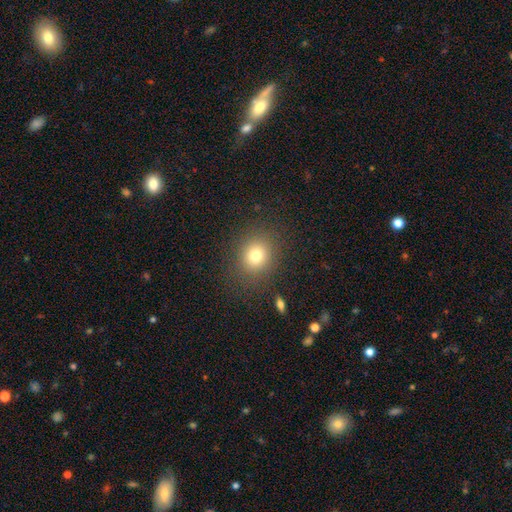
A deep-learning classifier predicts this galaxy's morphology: Smooth or featured?
  - smooth: 77% *
  - star or artifact: 13%
  - featured or disk: 10%
How rounded?
  - round: 73% *
  - in between: 27%
  - cigar-shaped: 1%
Merging?
  - none: 85% *
  - minor disturbance: 9%
  - major disturbance: 5%
  - merger: 2%